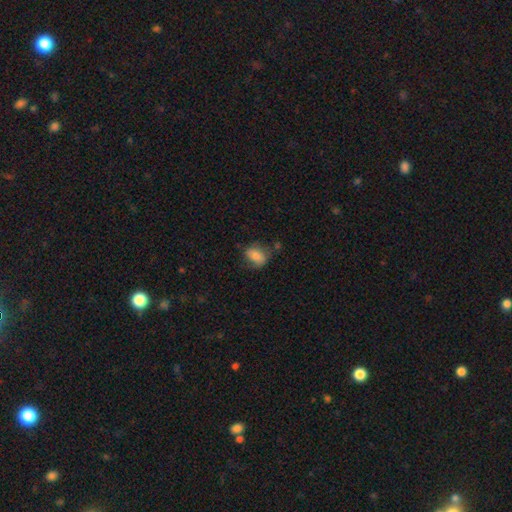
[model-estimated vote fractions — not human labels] smooth-or-featured: smooth: 76% | featured or disk: 16% | star or artifact: 8%
  how-rounded: in between: 75% | round: 23% | cigar-shaped: 2%
  merging: none: 57% | minor disturbance: 28% | major disturbance: 11% | merger: 4%